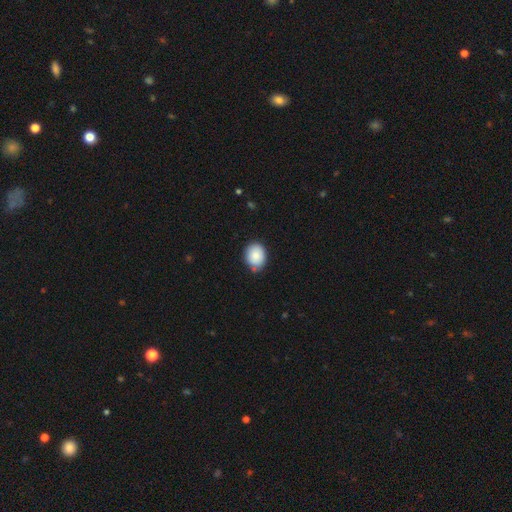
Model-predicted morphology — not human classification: smooth_or_featured: smooth (p=0.85) [alt: star or artifact p=0.07]
how_rounded: round (p=0.51) [alt: in between p=0.48]
merging: none (p=0.78) [alt: minor disturbance p=0.17]